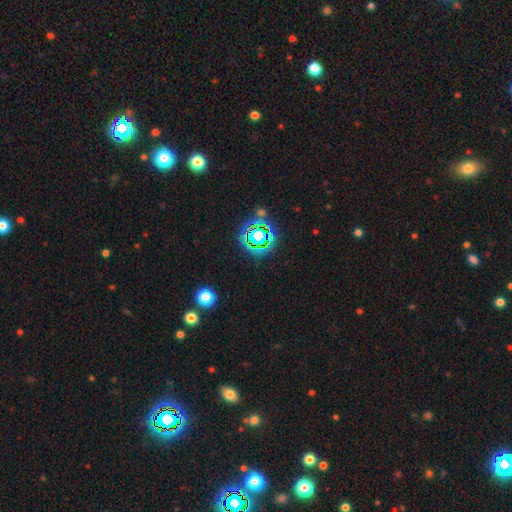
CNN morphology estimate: Smooth or featured: star or artifact — 68% (smooth — 23%)